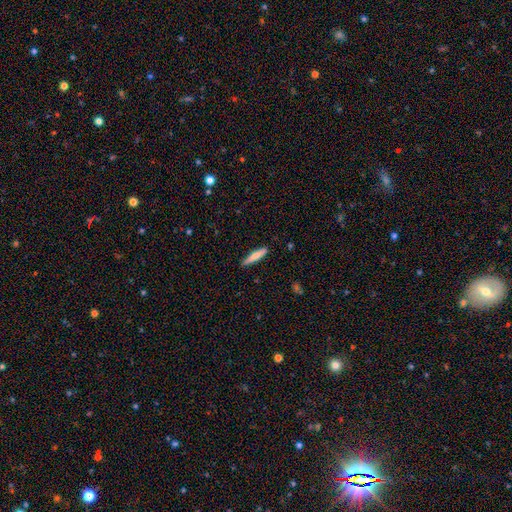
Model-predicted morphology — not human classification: Smooth or featured: smooth — 67% (featured or disk — 27%)
How rounded: cigar-shaped — 88% (in between — 10%)
Merging: none — 87% (minor disturbance — 10%)